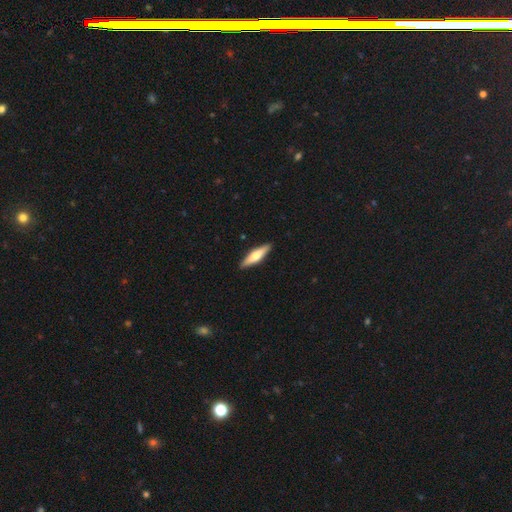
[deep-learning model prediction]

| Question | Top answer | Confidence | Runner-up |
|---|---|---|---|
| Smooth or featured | smooth | 51% | featured or disk (44%) |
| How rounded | cigar-shaped | 71% | in between (27%) |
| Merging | none | 90% | minor disturbance (7%) |